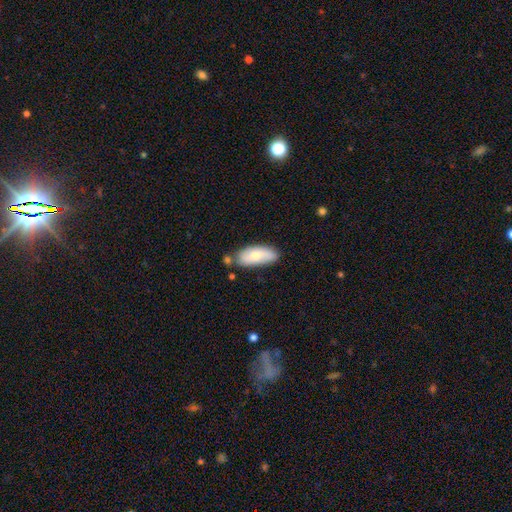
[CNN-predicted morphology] smooth_or_featured: smooth (p=0.69) [alt: featured or disk p=0.25]
how_rounded: in between (p=0.83) [alt: cigar-shaped p=0.14]
merging: none (p=0.67) [alt: minor disturbance p=0.19]